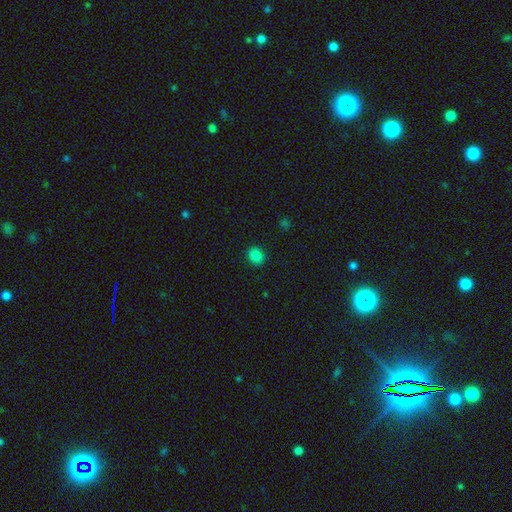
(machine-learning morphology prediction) Smooth or featured? Predicted: smooth (p=0.85). How rounded? Predicted: round (p=0.61). Merging? Predicted: none (p=0.89).